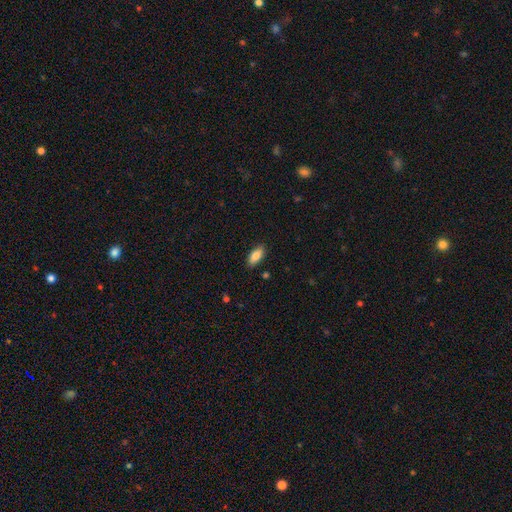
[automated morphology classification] This appears to be a smooth galaxy with no disk features (83%) that is in between round and cigar-shaped (87%). Merging: none (88%).